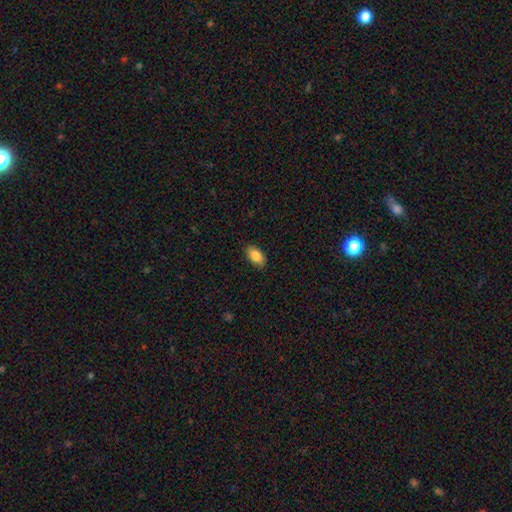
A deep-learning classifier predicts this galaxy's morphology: Smooth or featured? smooth (87%)
How rounded? in between (93%)
Merging? none (87%)